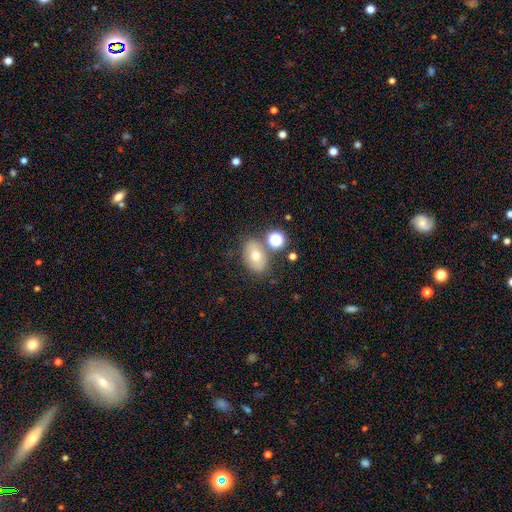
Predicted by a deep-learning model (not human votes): This appears to be a smooth galaxy with no disk features (64%) that is in between round and cigar-shaped (79%). Merging: none (70%).